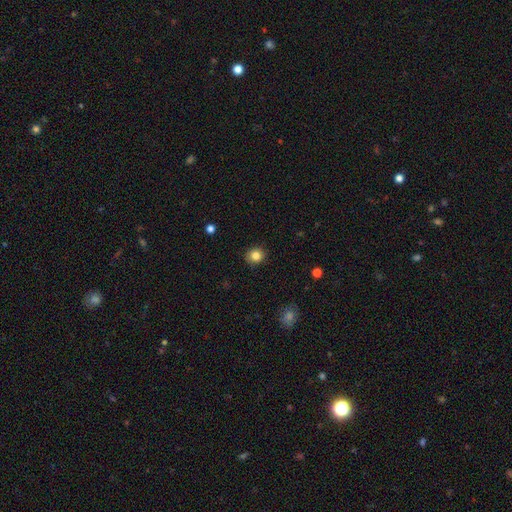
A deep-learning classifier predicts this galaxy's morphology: Smooth or featured?
  - smooth: 84% *
  - star or artifact: 11%
  - featured or disk: 6%
How rounded?
  - round: 85% *
  - in between: 14%
  - cigar-shaped: 1%
Merging?
  - none: 90% *
  - minor disturbance: 7%
  - major disturbance: 2%
  - merger: 1%